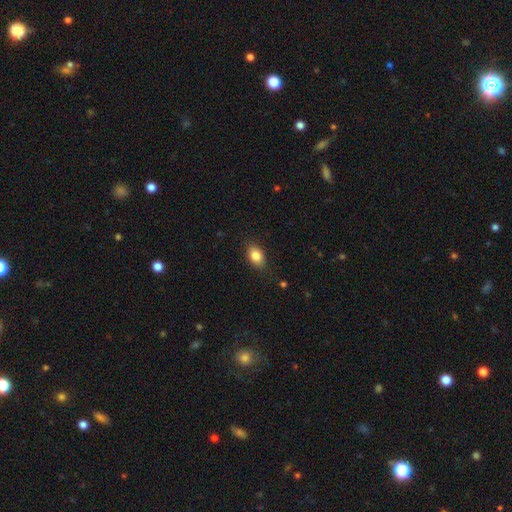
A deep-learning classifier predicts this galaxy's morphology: Q: Smooth or featured?
A: smooth (85%); runner-up: star or artifact (8%)
Q: How rounded?
A: in between (85%); runner-up: round (13%)
Q: Merging?
A: none (86%); runner-up: minor disturbance (11%)